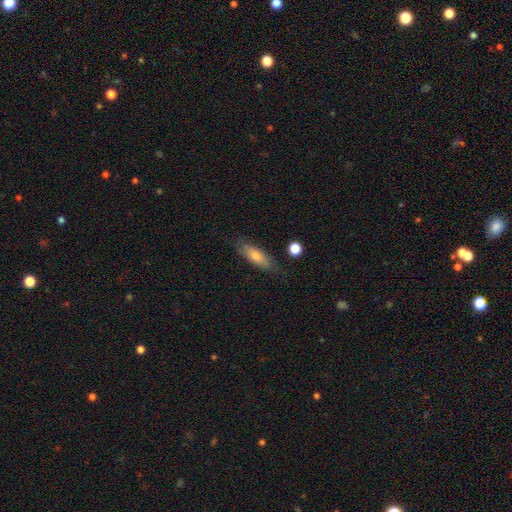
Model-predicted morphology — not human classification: Q: Smooth or featured?
A: smooth (67%); runner-up: featured or disk (26%)
Q: How rounded?
A: in between (53%); runner-up: cigar-shaped (44%)
Q: Merging?
A: none (77%); runner-up: minor disturbance (17%)